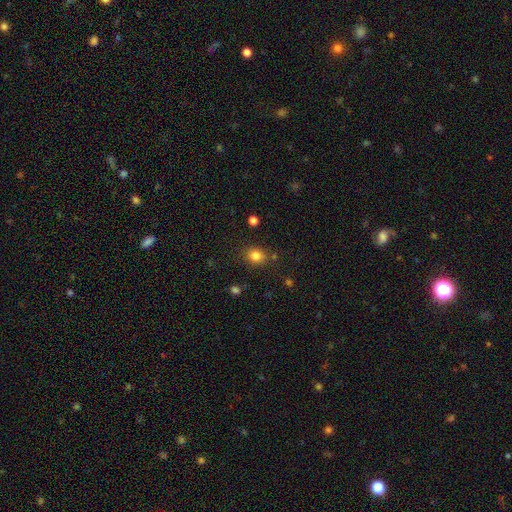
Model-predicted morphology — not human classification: A smooth galaxy with no disk features (82%) that is round (64%). Merging: none (79%).